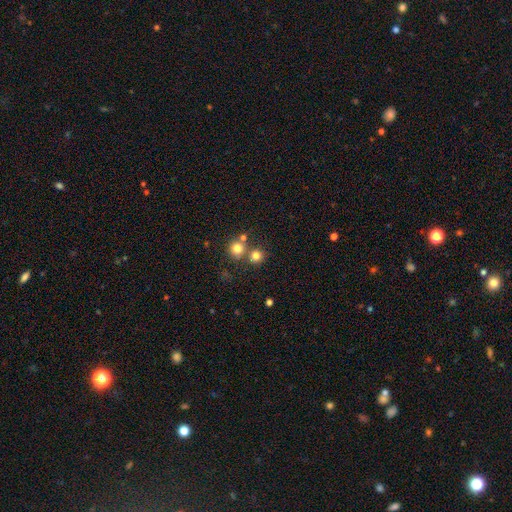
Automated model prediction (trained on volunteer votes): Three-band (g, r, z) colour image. It shows a smooth galaxy with no disk features (78%) that is round (89%). Merging: none (63%).